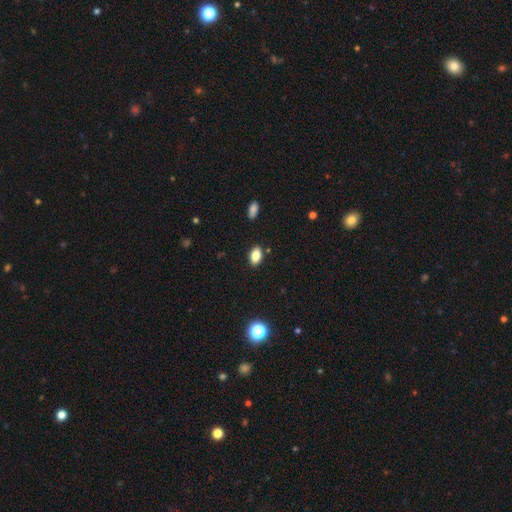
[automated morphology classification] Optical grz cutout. It shows a smooth galaxy with no disk features (82%) that is in between round and cigar-shaped (88%). Merging: none (87%).